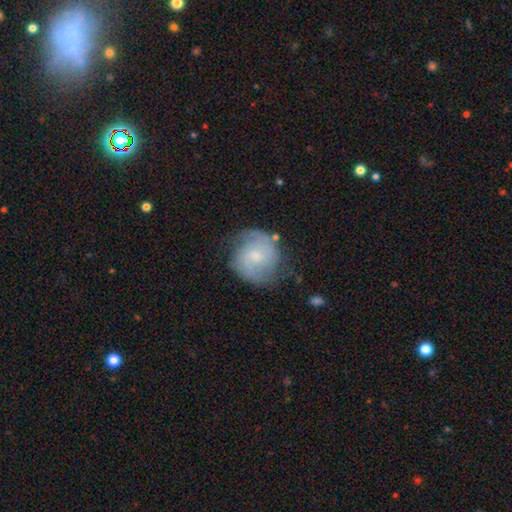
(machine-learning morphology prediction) smooth-or-featured: featured or disk: 67% | smooth: 25% | star or artifact: 7%
  disk-edge-on: no: 98% | yes: 2%
    bar: no: 55% | weak: 39% | strong: 6%
    has-spiral-arms: yes: 92% | no: 8%
      spiral-winding: medium: 45% | tight: 35% | loose: 20%
      spiral-arm-count: 2: 80% | can't tell: 11% | 3: 3% | 1: 3% | 4: 1% | more than 4: 1%
    bulge-size: small: 59% | moderate: 33% | none: 6% | large: 2% | dominant: 1%
  merging: none: 72% | minor disturbance: 19% | major disturbance: 7% | merger: 2%